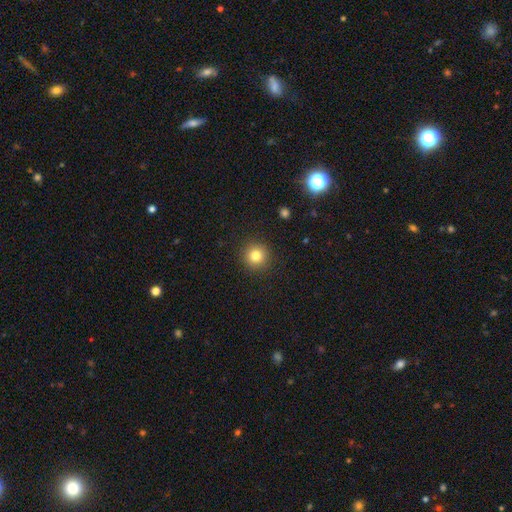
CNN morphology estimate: A smooth galaxy with no disk features (81%) that is round (95%). Merging: none (91%).